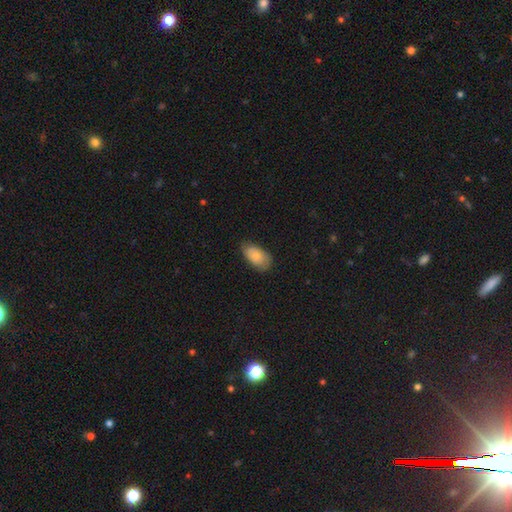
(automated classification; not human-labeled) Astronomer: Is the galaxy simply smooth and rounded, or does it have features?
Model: smooth — 85%.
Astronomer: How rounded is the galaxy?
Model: in between — 94%.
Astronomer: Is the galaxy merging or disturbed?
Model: none — 72%.